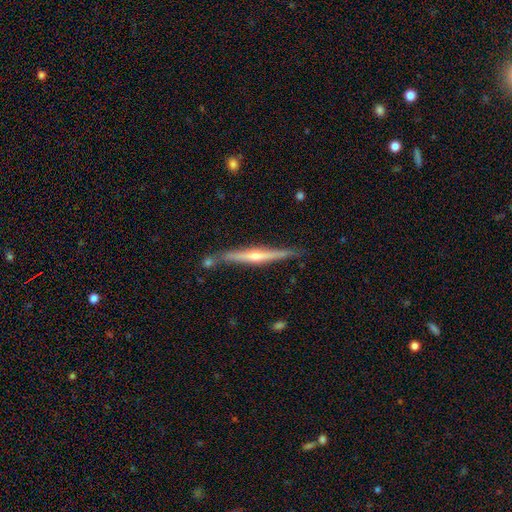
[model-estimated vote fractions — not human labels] Smooth or featured?
  - featured or disk: 78% *
  - smooth: 16%
  - star or artifact: 6%
Edge-on disk?
  - yes: 98% *
  - no: 2%
Edge-on bulge?
  - rounded: 80% *
  - none: 13%
  - boxy: 7%
Merging?
  - none: 84% *
  - minor disturbance: 10%
  - merger: 4%
  - major disturbance: 2%